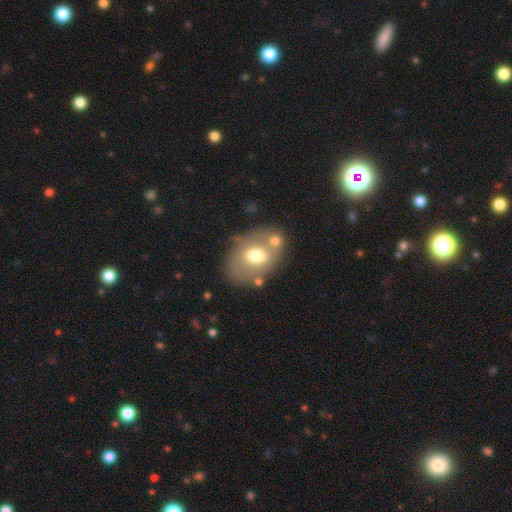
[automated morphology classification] This is possibly a smooth galaxy (57%). How rounded: likely in between (71%). Merging: possibly none (58%).